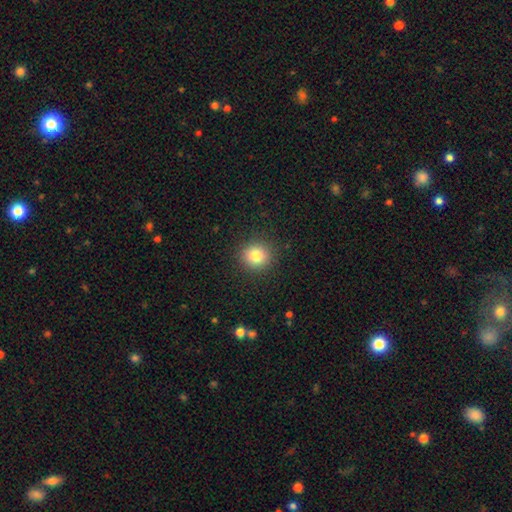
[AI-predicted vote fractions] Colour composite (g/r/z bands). It shows a smooth galaxy with no disk features (81%) that is round (89%). Merging: none (91%).